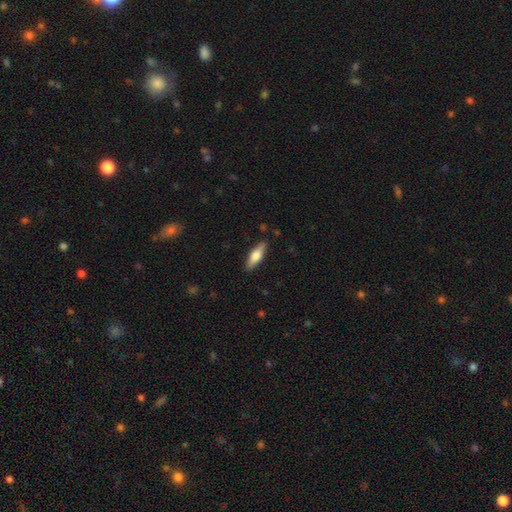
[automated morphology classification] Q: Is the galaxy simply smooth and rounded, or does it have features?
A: smooth — 63%.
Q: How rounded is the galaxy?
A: cigar-shaped — 52%.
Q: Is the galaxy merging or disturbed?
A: none — 87%.